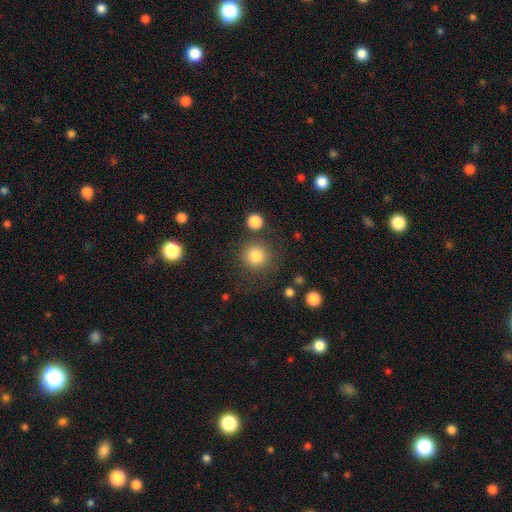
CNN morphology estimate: Smooth or featured? Predicted: smooth (p=0.83). How rounded? Predicted: round (p=0.92). Merging? Predicted: none (p=0.79).